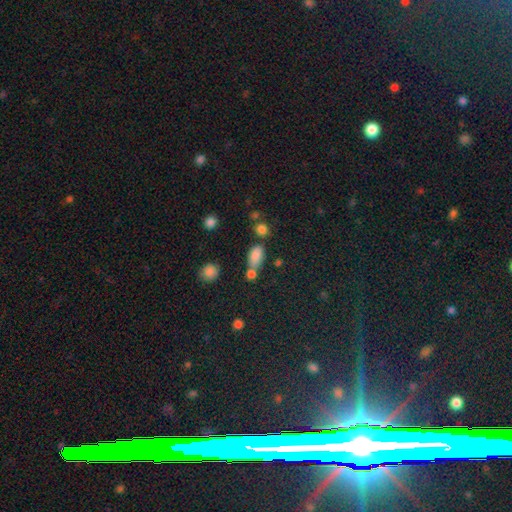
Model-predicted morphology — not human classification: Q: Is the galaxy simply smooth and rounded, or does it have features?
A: smooth — 80%.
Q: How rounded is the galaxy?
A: in between — 85%.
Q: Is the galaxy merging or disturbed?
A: none — 49%.